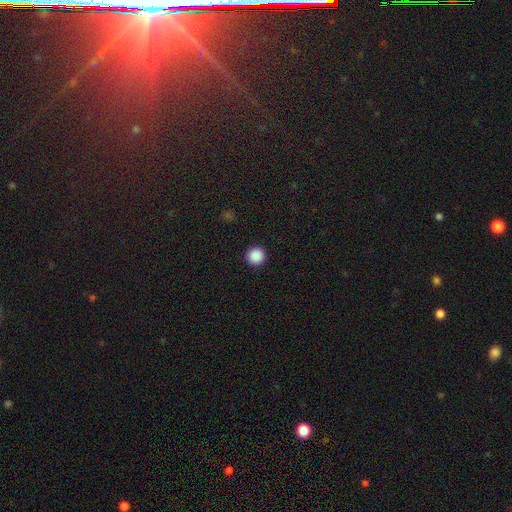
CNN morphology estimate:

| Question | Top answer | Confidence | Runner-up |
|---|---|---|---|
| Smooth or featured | smooth | 89% | star or artifact (9%) |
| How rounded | round | 96% | in between (3%) |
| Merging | none | 93% | minor disturbance (4%) |